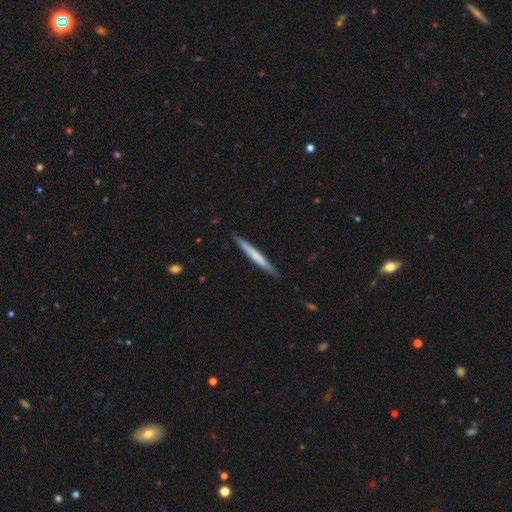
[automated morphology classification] Overall: smooth (57%; featured or disk 38%). How rounded: cigar-shaped (97%). Merging: none (89%).